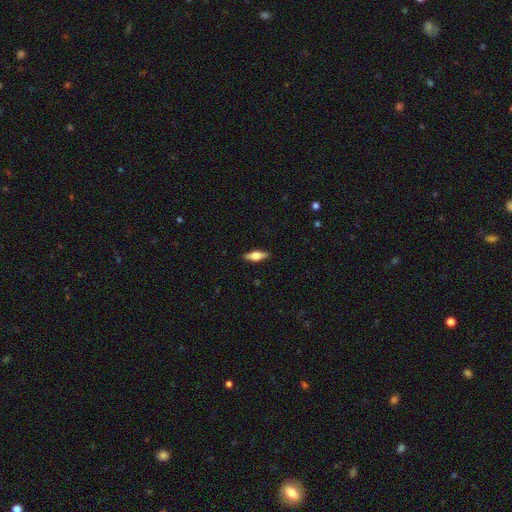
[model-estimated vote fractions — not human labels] smooth 48%, featured or disk 45%, star or artifact 6%. Down the decision tree: merging — none (89%).